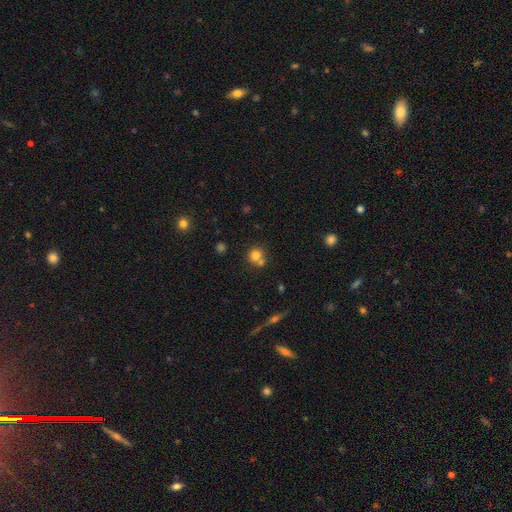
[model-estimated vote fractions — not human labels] This is likely a smooth galaxy (76%). How rounded: clearly round (89%). Merging: possibly none (55%).